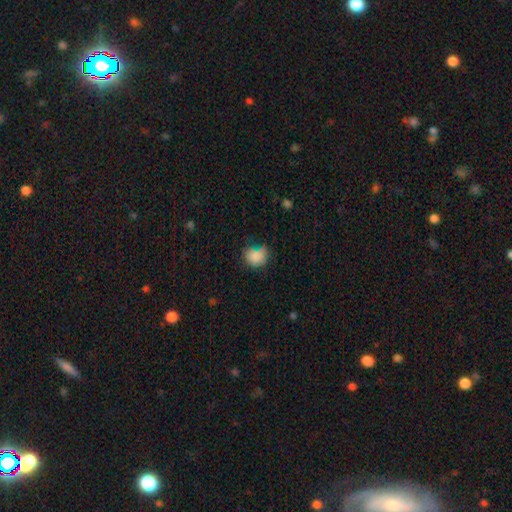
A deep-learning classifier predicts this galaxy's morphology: A smooth galaxy with no disk features (83%) that is round (56%).

Vote fractions:
- Smooth or featured? smooth: 83% / star or artifact: 11% / featured or disk: 6%
- How rounded? round: 56% / in between: 43% / cigar-shaped: 1%
- Merging? none: 52% / minor disturbance: 32% / major disturbance: 11% / merger: 5%